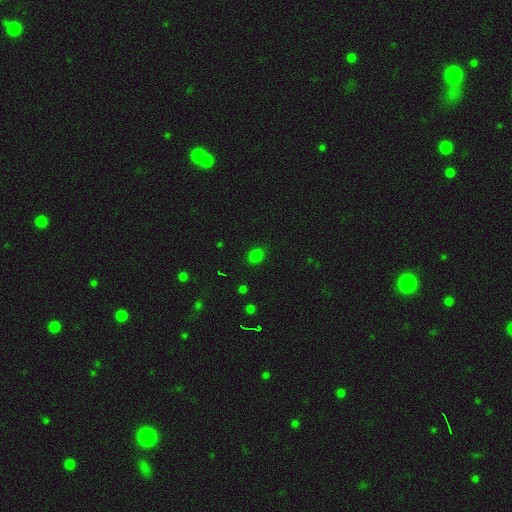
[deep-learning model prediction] Smooth or featured? smooth (77%)
How rounded? in between (50%)
Merging? none (86%)